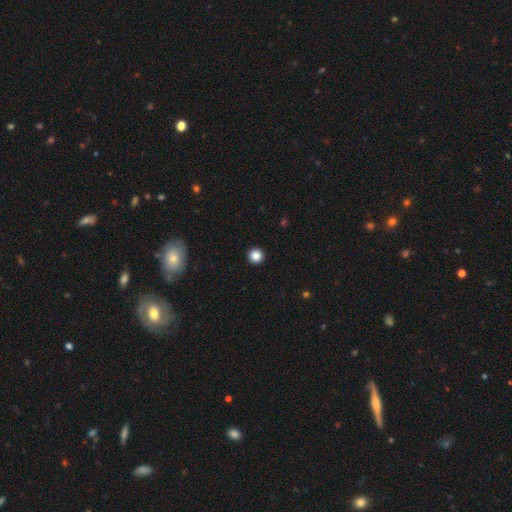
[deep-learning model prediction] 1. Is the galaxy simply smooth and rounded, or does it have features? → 86% smooth, 10% star or artifact, 4% featured or disk.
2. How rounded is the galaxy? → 95% round, 4% in between, 1% cigar-shaped.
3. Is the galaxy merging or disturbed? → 94% none, 4% minor disturbance, 1% major disturbance, 1% merger.